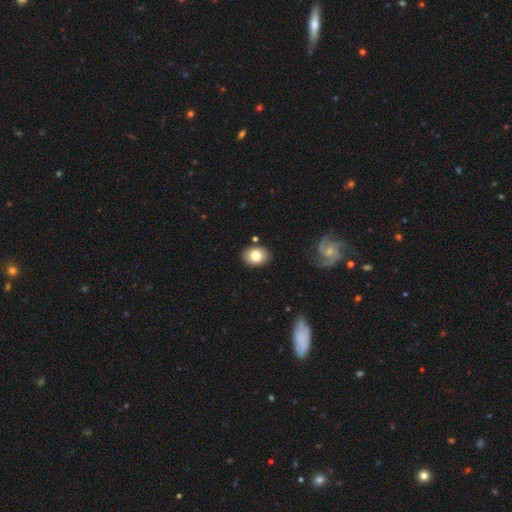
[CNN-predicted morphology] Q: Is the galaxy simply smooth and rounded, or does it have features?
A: smooth — 78%.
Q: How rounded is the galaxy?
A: in between — 59%.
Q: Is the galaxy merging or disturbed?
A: none — 84%.